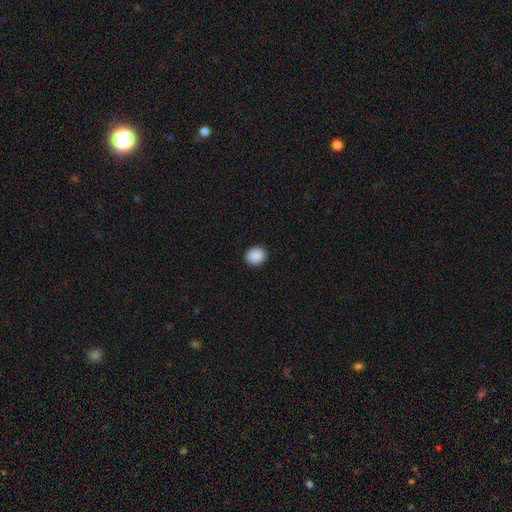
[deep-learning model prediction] Morphology: type=smooth (90%); roundness=round (73%); merging=none (91%).